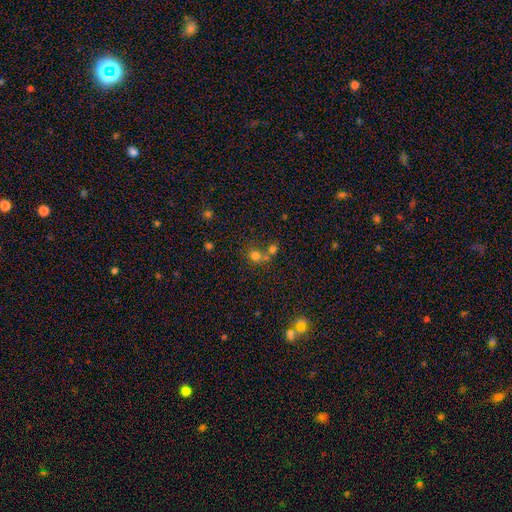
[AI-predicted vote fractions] Smooth or featured? smooth (62%)
How rounded? round (82%)
Merging? none (50%)